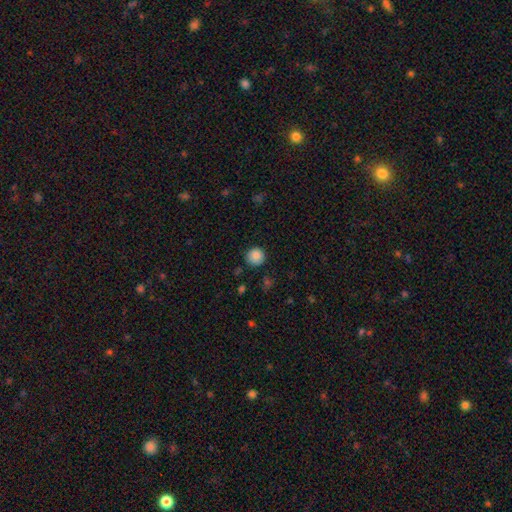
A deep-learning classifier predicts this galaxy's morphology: This appears to be a smooth galaxy with no disk features (86%) that is round (93%). Merging: none (86%).